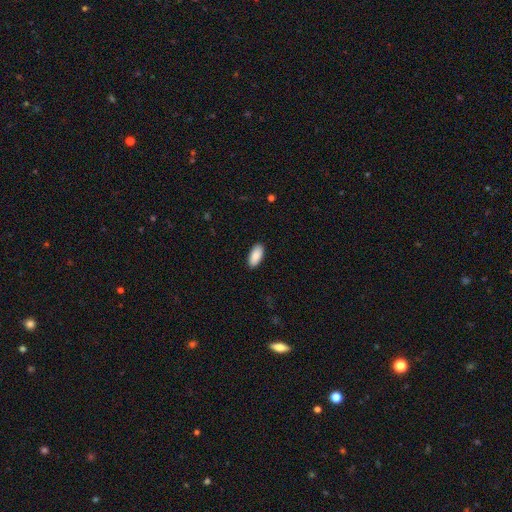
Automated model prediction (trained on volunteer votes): A smooth galaxy with no disk features (90%) that is in between round and cigar-shaped (93%). Merging: none (90%).